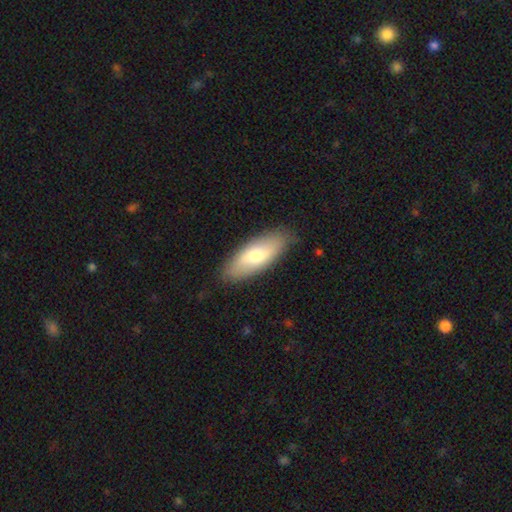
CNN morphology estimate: smooth 68%, featured or disk 27%, star or artifact 6%. Down the decision tree: how rounded — in between (77%); merging — none (85%).